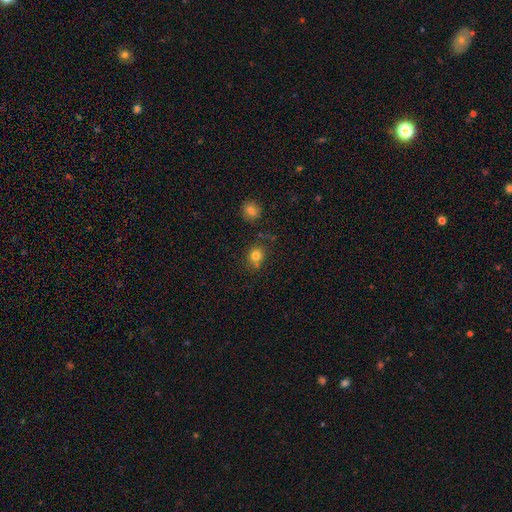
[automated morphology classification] The model was most divided on "how rounded": round: 77%, in between: 22%, cigar-shaped: 1%. More confident: smooth or featured — smooth (80%); merging — none (70%).